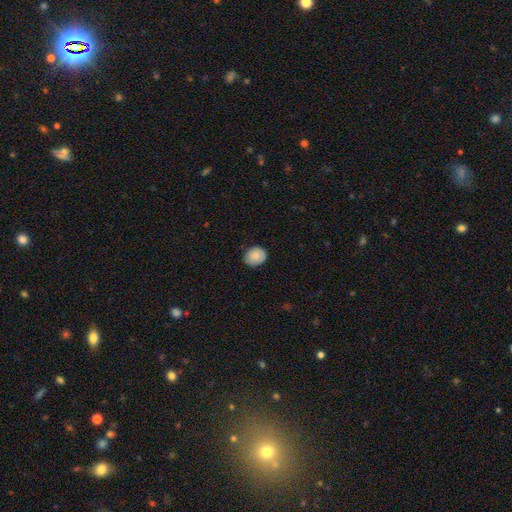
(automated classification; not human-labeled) Smooth or featured? Predicted: smooth (p=0.83). How rounded? Predicted: round (p=0.60). Merging? Predicted: none (p=0.81).